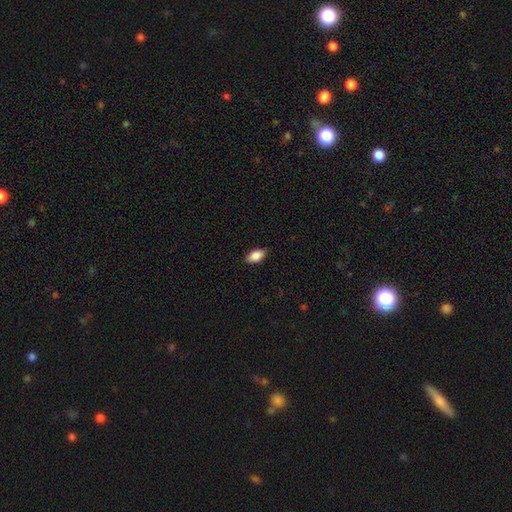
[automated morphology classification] Smooth or featured: smooth — 87% (star or artifact — 7%)
How rounded: in between — 92% (cigar-shaped — 4%)
Merging: none — 87% (minor disturbance — 10%)